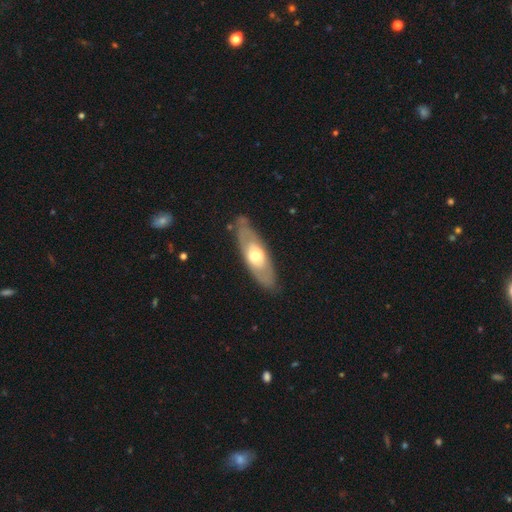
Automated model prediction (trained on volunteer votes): The model was most divided on "smooth or featured": featured or disk: 54%, smooth: 42%, star or artifact: 5%. More confident: merging — none (81%); edge-on disk — no (70%).